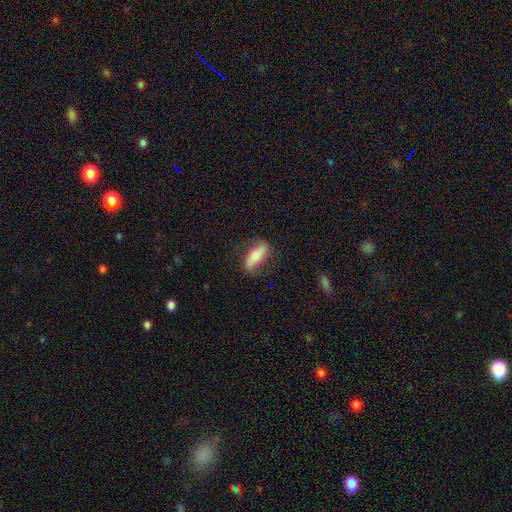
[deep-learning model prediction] smooth_or_featured: smooth (p=0.64) [alt: featured or disk p=0.30]
how_rounded: in between (p=0.65) [alt: cigar-shaped p=0.32]
merging: none (p=0.74) [alt: minor disturbance p=0.18]